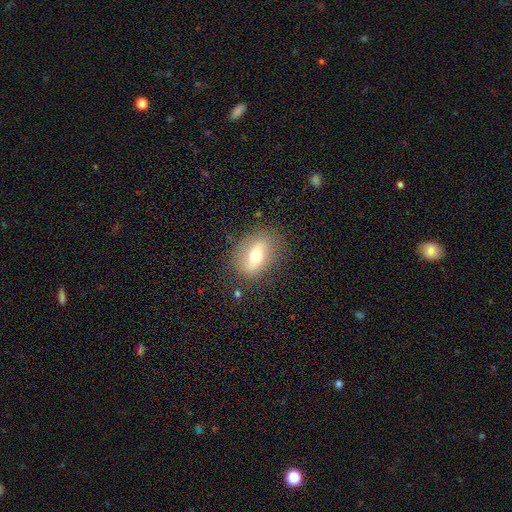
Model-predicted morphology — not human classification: This is possibly a smooth galaxy (52%). How rounded: likely in between (74%). Merging: likely none (79%).